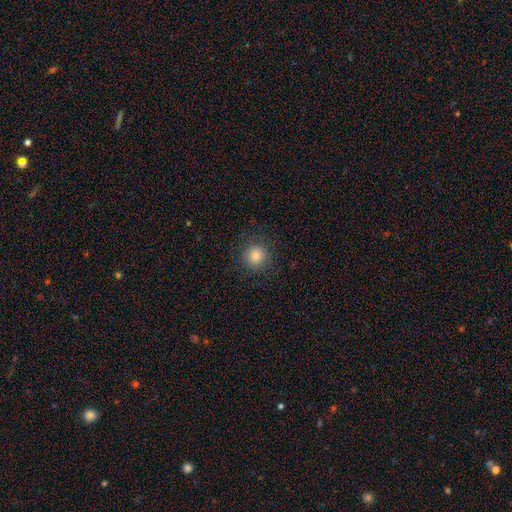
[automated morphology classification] smooth-or-featured: smooth: 80% | star or artifact: 13% | featured or disk: 7%
  how-rounded: round: 93% | in between: 6% | cigar-shaped: 1%
  merging: none: 88% | minor disturbance: 8% | major disturbance: 3% | merger: 1%